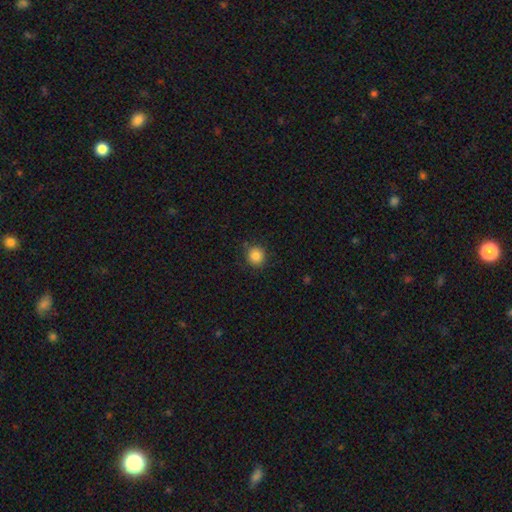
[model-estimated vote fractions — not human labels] Q: Smooth or featured?
A: smooth (84%); runner-up: star or artifact (11%)
Q: How rounded?
A: round (93%); runner-up: in between (6%)
Q: Merging?
A: none (89%); runner-up: minor disturbance (8%)